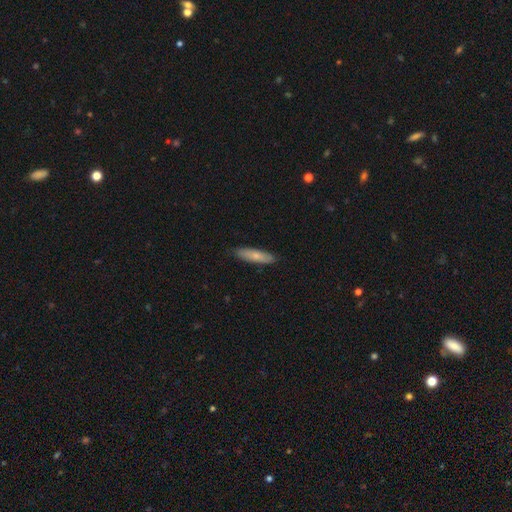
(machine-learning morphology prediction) This appears to be a smooth galaxy with no disk features (72%) that is cigar-shaped (66%). Merging: none (85%).